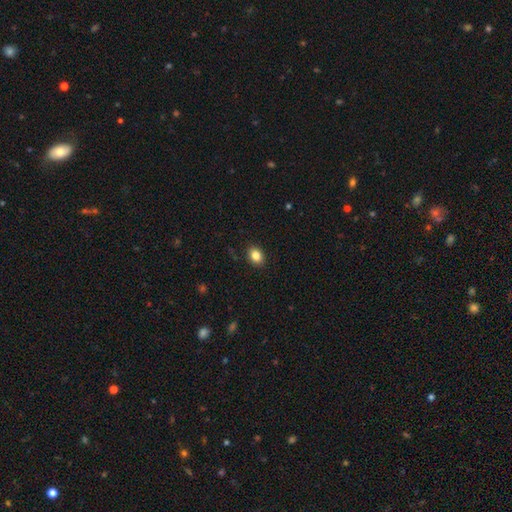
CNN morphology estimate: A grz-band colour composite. It shows a smooth galaxy with no disk features (84%) that is in between round and cigar-shaped (65%). Merging: none (90%).